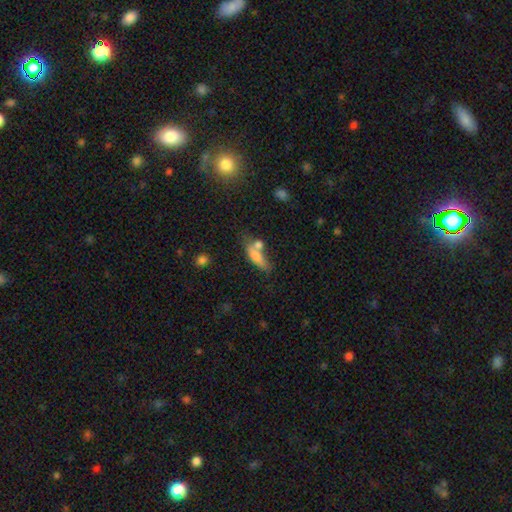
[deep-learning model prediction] Q: Smooth or featured?
A: smooth (65%); runner-up: featured or disk (26%)
Q: How rounded?
A: in between (54%); runner-up: cigar-shaped (42%)
Q: Merging?
A: none (40%); runner-up: merger (34%)